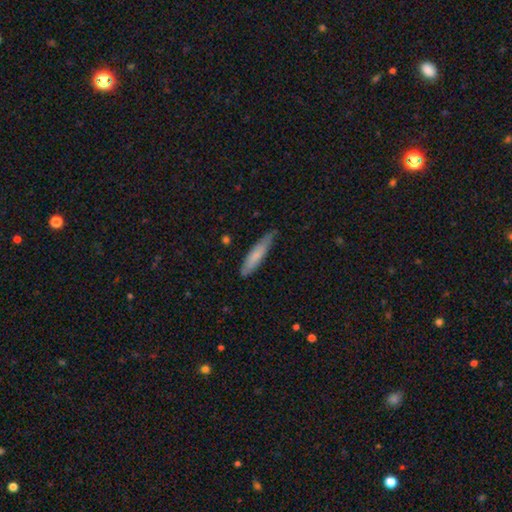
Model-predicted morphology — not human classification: smooth-or-featured: smooth: 73% | featured or disk: 22% | star or artifact: 5%
  how-rounded: cigar-shaped: 84% | in between: 15% | round: 1%
  merging: none: 76% | minor disturbance: 20% | major disturbance: 3% | merger: 1%